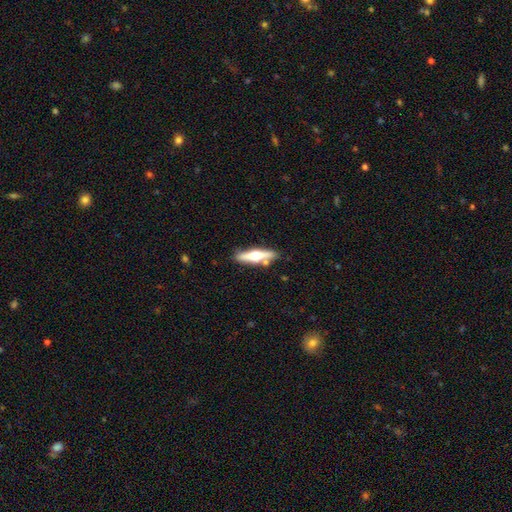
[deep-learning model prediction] This is possibly a featured or disk galaxy (53%). It is clearly viewed edge-on (93%). Merging: clearly none (80%).